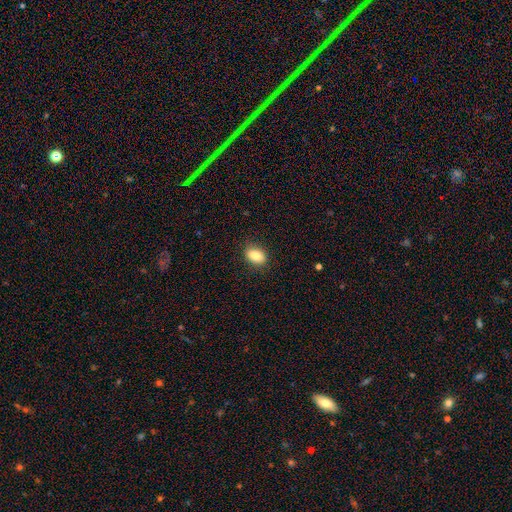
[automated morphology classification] Smooth or featured? smooth (85%)
How rounded? in between (84%)
Merging? none (86%)